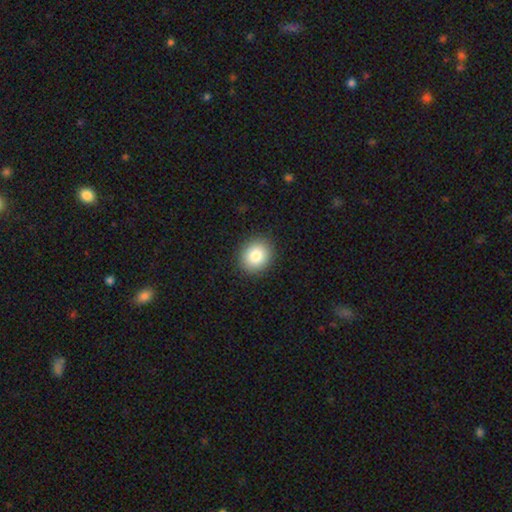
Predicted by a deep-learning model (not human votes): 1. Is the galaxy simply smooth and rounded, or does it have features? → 84% smooth, 9% star or artifact, 7% featured or disk.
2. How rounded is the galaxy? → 74% round, 26% in between, 1% cigar-shaped.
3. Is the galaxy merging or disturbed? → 90% none, 7% minor disturbance, 2% major disturbance, 1% merger.